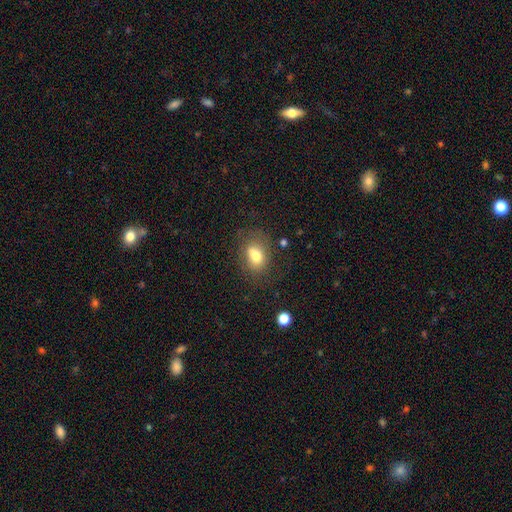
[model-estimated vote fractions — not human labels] Overall: smooth (73%). How rounded: in between (73%). Merging: none (58%; minor disturbance 21%).